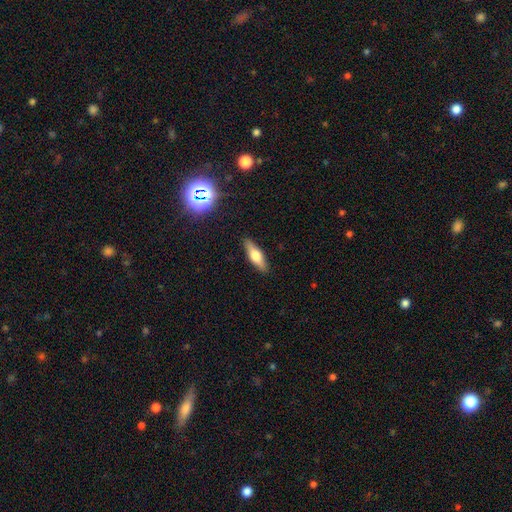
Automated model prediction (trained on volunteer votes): Overall: smooth (50%; featured or disk 43%). Merging: none (89%).